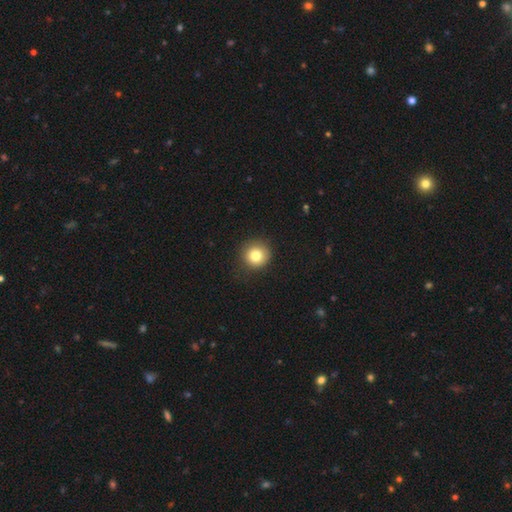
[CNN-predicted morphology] Smooth or featured: smooth — 81% (star or artifact — 11%)
How rounded: round — 93% (in between — 6%)
Merging: none — 87% (minor disturbance — 9%)